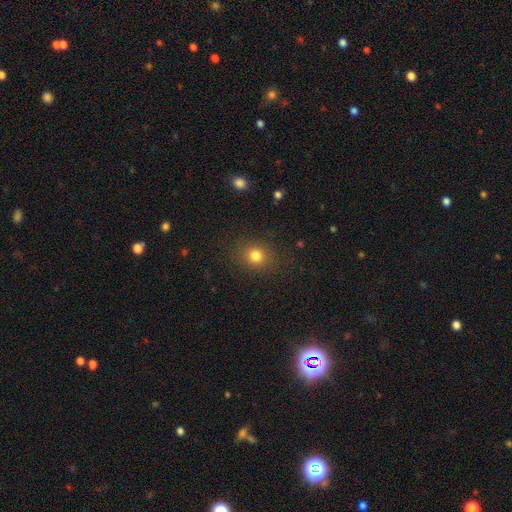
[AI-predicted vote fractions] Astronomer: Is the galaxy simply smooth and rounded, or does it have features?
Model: smooth — 79%.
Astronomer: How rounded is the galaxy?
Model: round — 74%.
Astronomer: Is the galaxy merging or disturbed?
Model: none — 86%.